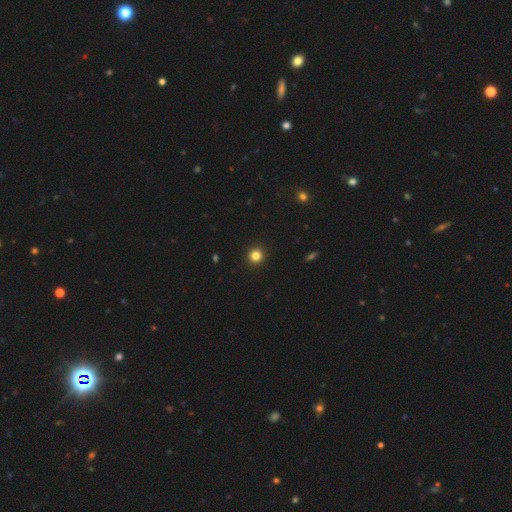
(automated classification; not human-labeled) Smooth or featured? smooth (83%)
How rounded? round (94%)
Merging? none (93%)